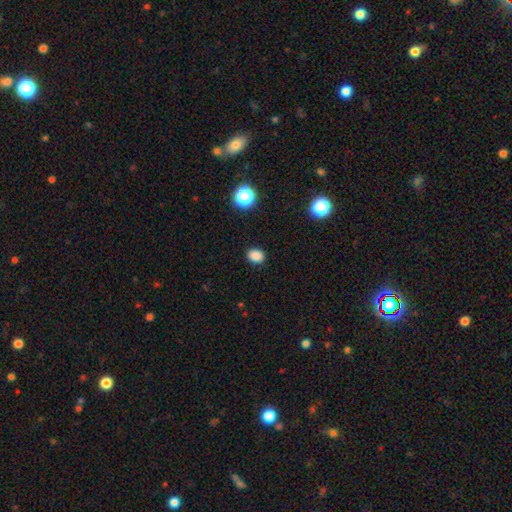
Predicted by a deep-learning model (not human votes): This appears to be a smooth galaxy with no disk features (85%) that is in between round and cigar-shaped (51%). Merging: none (89%).